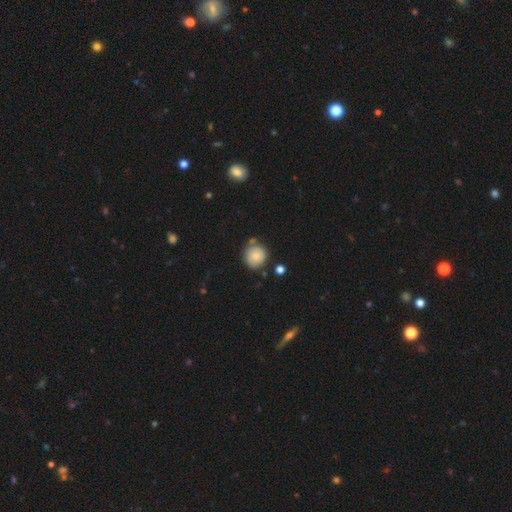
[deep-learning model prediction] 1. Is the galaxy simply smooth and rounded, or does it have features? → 79% smooth, 12% featured or disk, 9% star or artifact.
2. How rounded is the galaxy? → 91% round, 8% in between, 1% cigar-shaped.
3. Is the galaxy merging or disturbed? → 75% none, 14% minor disturbance, 8% merger, 3% major disturbance.